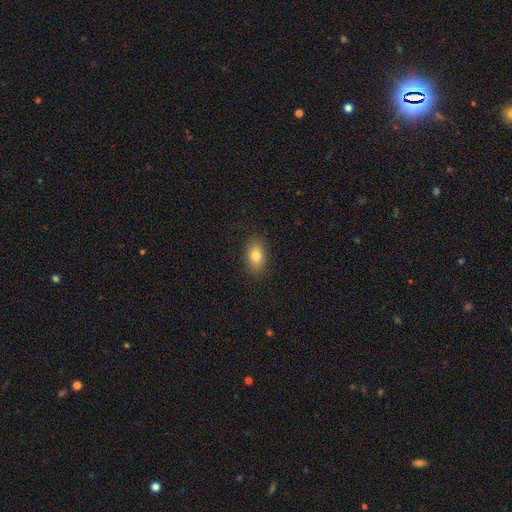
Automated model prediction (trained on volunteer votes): A smooth galaxy with no disk features (81%) that is in between round and cigar-shaped (83%).

Vote fractions:
- Smooth or featured? smooth: 81% / star or artifact: 10% / featured or disk: 9%
- How rounded? in between: 83% / round: 15% / cigar-shaped: 2%
- Merging? none: 87% / minor disturbance: 9% / major disturbance: 3% / merger: 1%